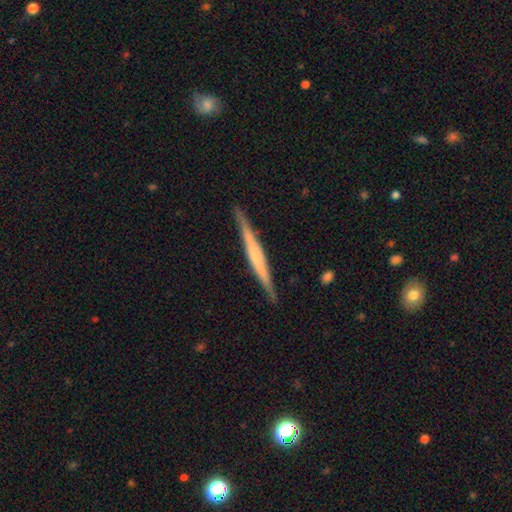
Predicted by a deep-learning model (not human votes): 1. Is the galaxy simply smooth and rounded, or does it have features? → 65% featured or disk, 30% smooth, 5% star or artifact.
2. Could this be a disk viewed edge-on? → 98% yes, 2% no.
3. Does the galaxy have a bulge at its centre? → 42% none, 33% rounded, 25% boxy.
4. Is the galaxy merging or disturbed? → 89% none, 8% minor disturbance, 1% major disturbance, 1% merger.